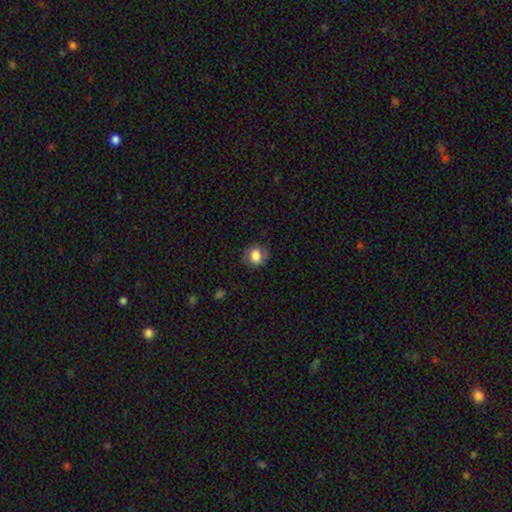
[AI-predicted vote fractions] smooth-or-featured: smooth: 80% | featured or disk: 11% | star or artifact: 9%
  how-rounded: round: 74% | in between: 25% | cigar-shaped: 1%
  merging: none: 79% | minor disturbance: 15% | major disturbance: 5% | merger: 1%